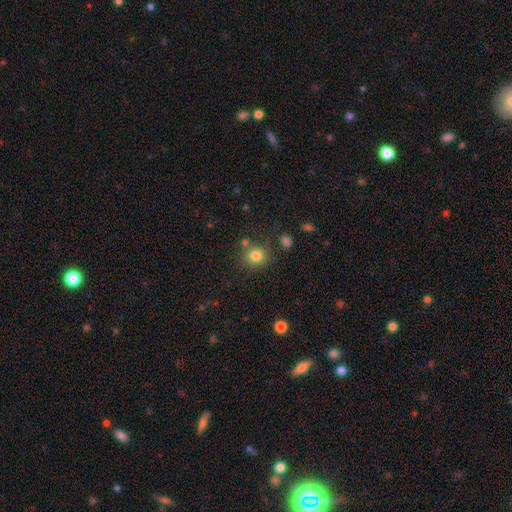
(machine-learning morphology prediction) This appears to be a smooth galaxy with no disk features (82%) that is round (83%). Merging: none (75%).